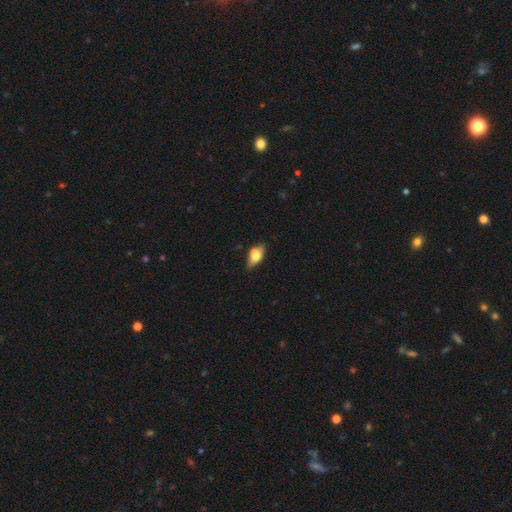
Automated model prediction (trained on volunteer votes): Q: Smooth or featured?
A: smooth (60%); runner-up: featured or disk (32%)
Q: How rounded?
A: in between (84%); runner-up: cigar-shaped (8%)
Q: Merging?
A: none (63%); runner-up: minor disturbance (27%)